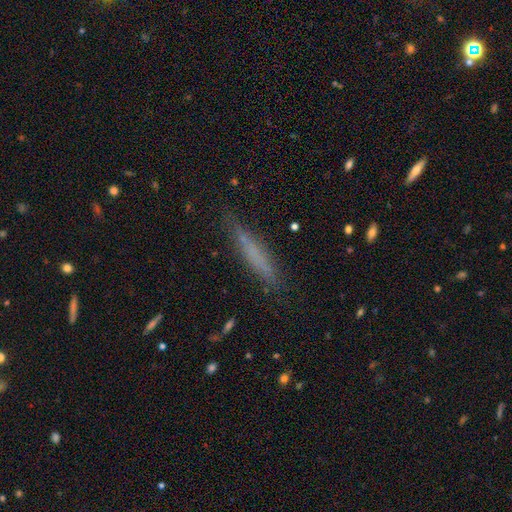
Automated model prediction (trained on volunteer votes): smooth_or_featured: smooth (p=0.62) [alt: featured or disk p=0.28]
how_rounded: cigar-shaped (p=0.91) [alt: in between p=0.07]
merging: none (p=0.80) [alt: minor disturbance p=0.15]